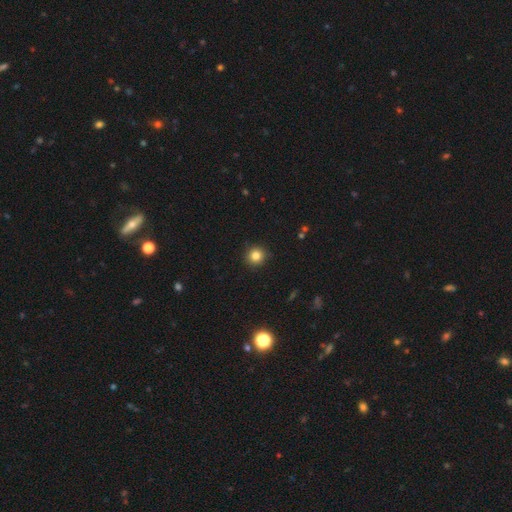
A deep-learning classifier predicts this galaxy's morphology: This is clearly a smooth galaxy (83%). How rounded: clearly round (93%). Merging: clearly none (91%).